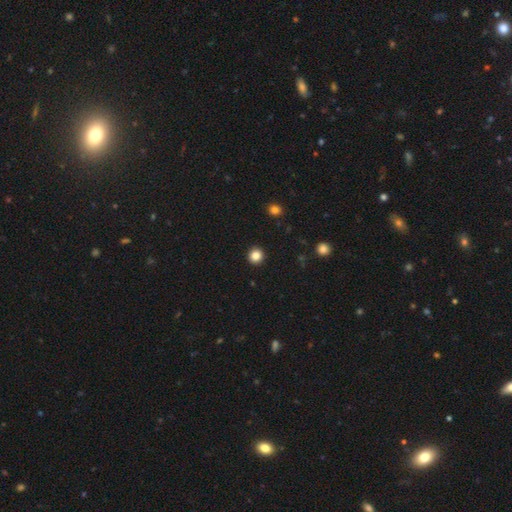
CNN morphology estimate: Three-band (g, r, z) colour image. It shows a smooth galaxy with no disk features (85%) that is round (93%). Merging: none (93%).